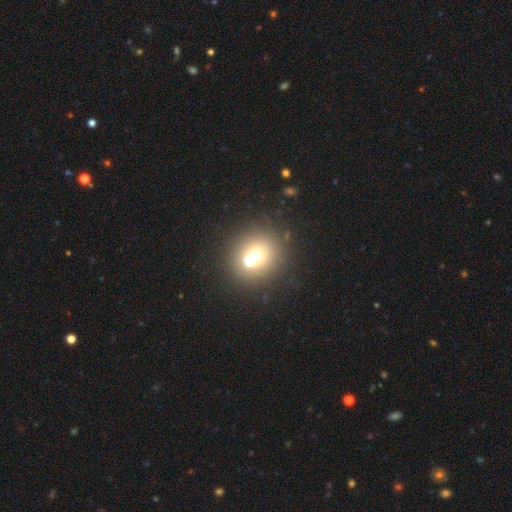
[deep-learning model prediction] A smooth galaxy with no disk features (61%) that is round (86%). Merging: none (54%).